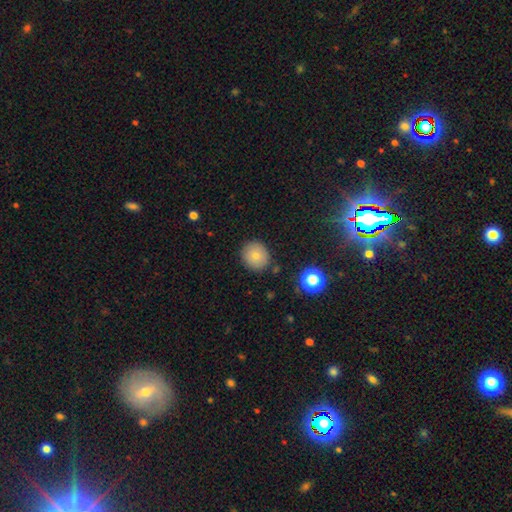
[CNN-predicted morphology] Overall: smooth (76%). How rounded: round (88%). Merging: none (88%).